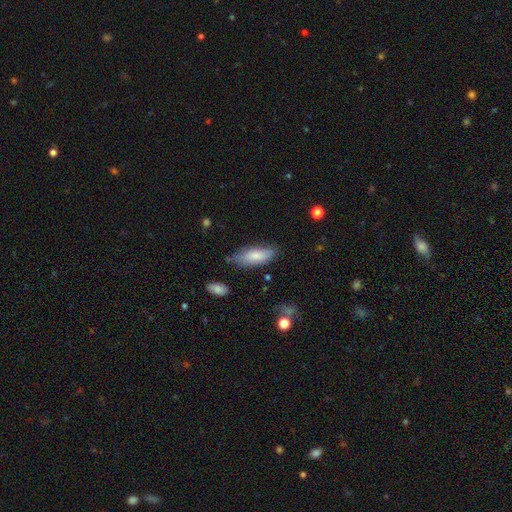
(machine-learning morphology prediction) smooth_or_featured: smooth (p=0.78) [alt: featured or disk p=0.16]
how_rounded: in between (p=0.71) [alt: cigar-shaped p=0.27]
merging: none (p=0.66) [alt: minor disturbance p=0.25]